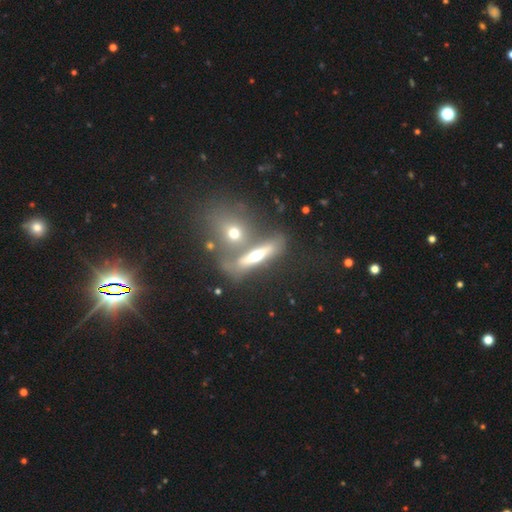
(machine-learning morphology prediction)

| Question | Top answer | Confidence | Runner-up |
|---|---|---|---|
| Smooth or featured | featured or disk | 53% | smooth (35%) |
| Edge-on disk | yes | 77% | no (23%) |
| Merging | none | 50% | merger (34%) |